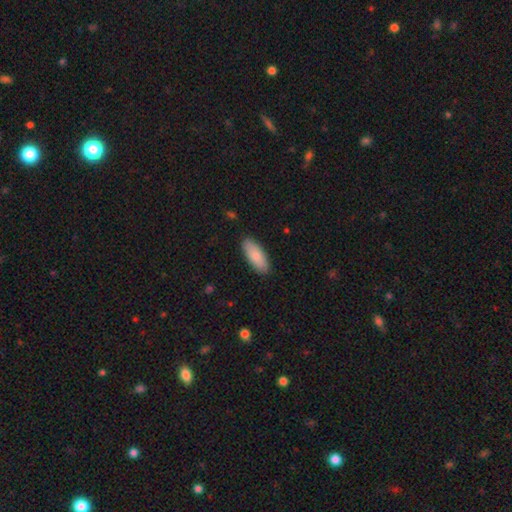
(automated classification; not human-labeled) A smooth galaxy with no disk features (84%) that is in between round and cigar-shaped (79%).

Vote fractions:
- Smooth or featured? smooth: 84% / featured or disk: 10% / star or artifact: 6%
- How rounded? in between: 79% / cigar-shaped: 19% / round: 2%
- Merging? none: 89% / minor disturbance: 9% / major disturbance: 2% / merger: 1%